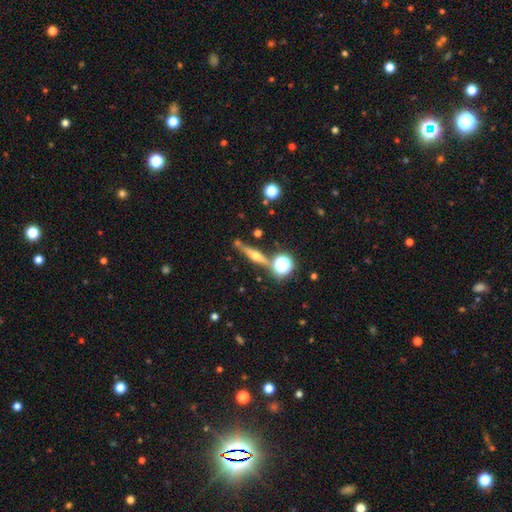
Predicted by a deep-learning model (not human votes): Morphology: type=featured or disk (66%); edge-on=yes (95%); edge-on bulge=rounded (93%); merging=none (77%).